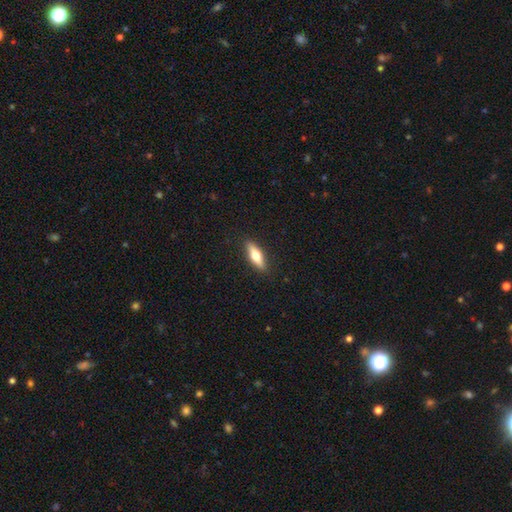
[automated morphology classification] Smooth or featured: smooth — 60% (featured or disk — 34%)
How rounded: cigar-shaped — 51% (in between — 46%)
Merging: none — 89% (minor disturbance — 8%)